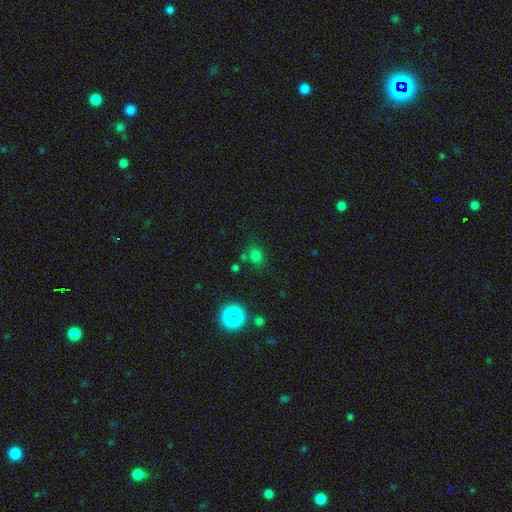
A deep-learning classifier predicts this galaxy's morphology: Q: Smooth or featured?
A: smooth (70%); runner-up: star or artifact (23%)
Q: How rounded?
A: round (76%); runner-up: in between (23%)
Q: Merging?
A: none (71%); runner-up: minor disturbance (13%)